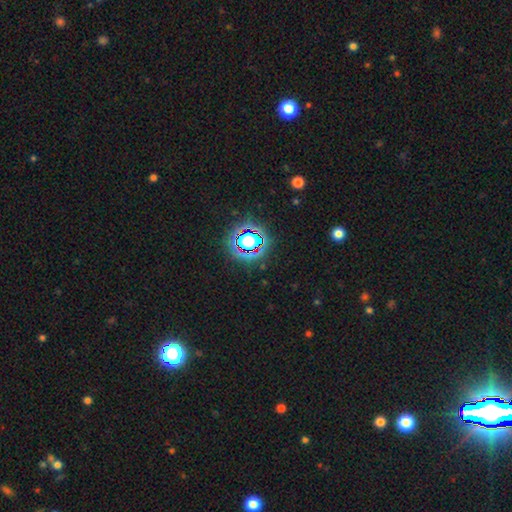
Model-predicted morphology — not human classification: Smooth or featured?
  - star or artifact: 81% *
  - smooth: 12%
  - featured or disk: 7%